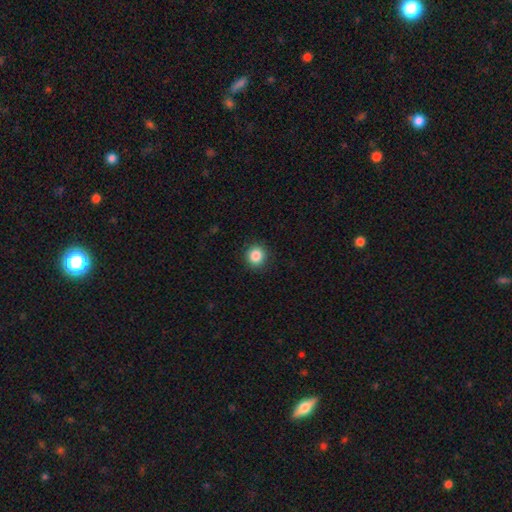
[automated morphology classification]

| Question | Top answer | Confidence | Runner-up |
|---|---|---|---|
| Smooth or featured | smooth | 86% | star or artifact (10%) |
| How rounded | round | 90% | in between (9%) |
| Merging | none | 91% | minor disturbance (6%) |